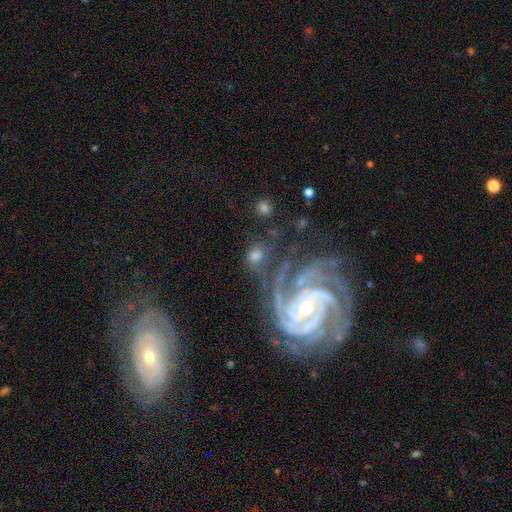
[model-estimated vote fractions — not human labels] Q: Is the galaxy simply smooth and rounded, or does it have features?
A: featured or disk — 68%.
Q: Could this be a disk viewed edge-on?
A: no — 96%.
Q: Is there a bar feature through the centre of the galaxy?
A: no — 46%.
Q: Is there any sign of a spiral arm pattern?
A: yes — 94%.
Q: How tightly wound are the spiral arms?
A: tight — 58%.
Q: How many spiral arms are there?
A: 3 — 34%.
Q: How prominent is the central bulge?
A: moderate — 54%.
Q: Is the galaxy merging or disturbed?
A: none — 62%.